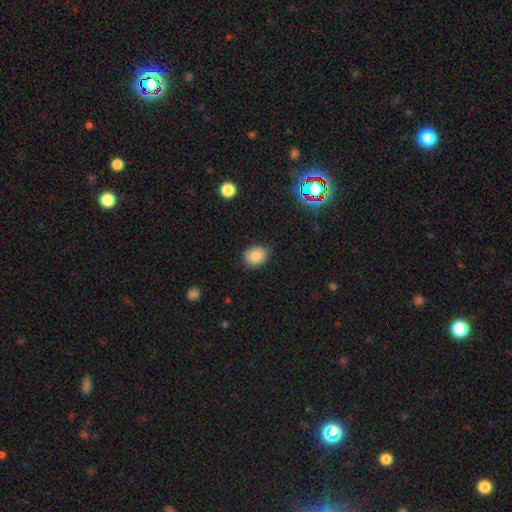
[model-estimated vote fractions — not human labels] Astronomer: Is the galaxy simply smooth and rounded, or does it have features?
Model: smooth — 81%.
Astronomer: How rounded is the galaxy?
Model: round — 62%.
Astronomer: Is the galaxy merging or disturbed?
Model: none — 82%.